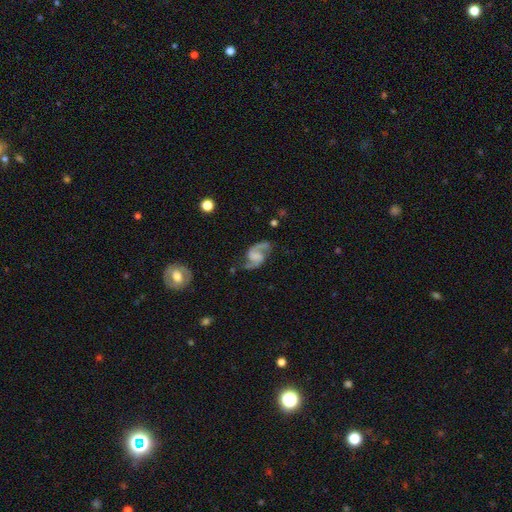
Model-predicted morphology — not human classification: Smooth or featured? Predicted: featured or disk (p=0.89). Edge-on disk? Predicted: no (p=0.98). Bar? Predicted: weak (p=0.45). Spiral arms? Predicted: yes (p=0.97). Spiral winding? Predicted: loose (p=0.48). Spiral arm count? Predicted: 2 (p=0.93). Bulge size? Predicted: none (p=0.66). Merging? Predicted: none (p=0.73).